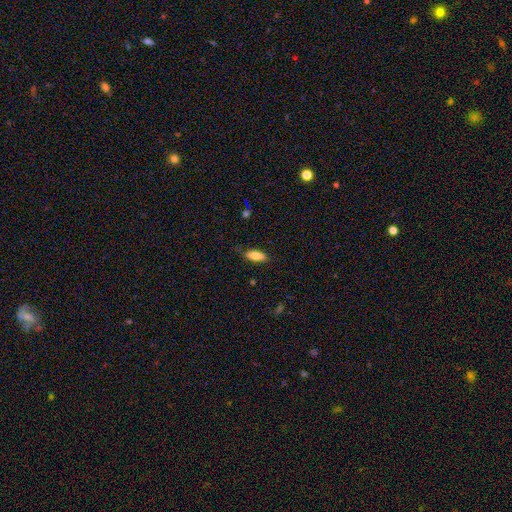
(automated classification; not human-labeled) A smooth galaxy with no disk features (83%) that is in between round and cigar-shaped (77%).

Vote fractions:
- Smooth or featured? smooth: 83% / featured or disk: 11% / star or artifact: 7%
- How rounded? in between: 77% / cigar-shaped: 21% / round: 2%
- Merging? none: 79% / minor disturbance: 17% / major disturbance: 3% / merger: 1%